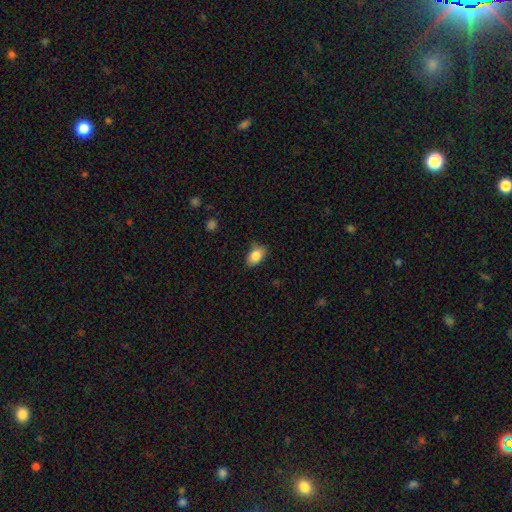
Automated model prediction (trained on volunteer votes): Overall: smooth (85%). How rounded: in between (87%). Merging: none (77%).